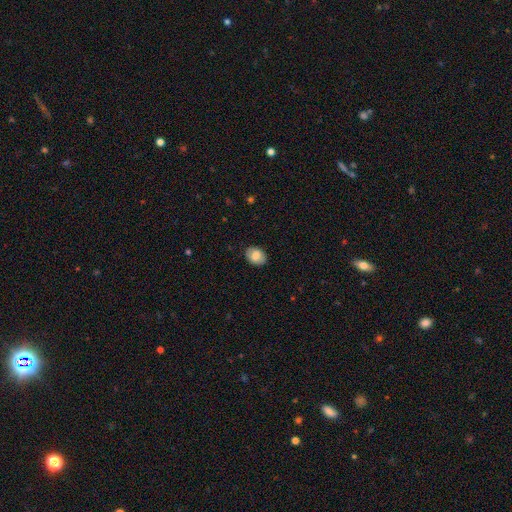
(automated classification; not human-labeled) smooth-or-featured: smooth: 80% | featured or disk: 12% | star or artifact: 7%
  how-rounded: in between: 77% | round: 22% | cigar-shaped: 1%
  merging: none: 87% | minor disturbance: 10% | major disturbance: 2% | merger: 1%